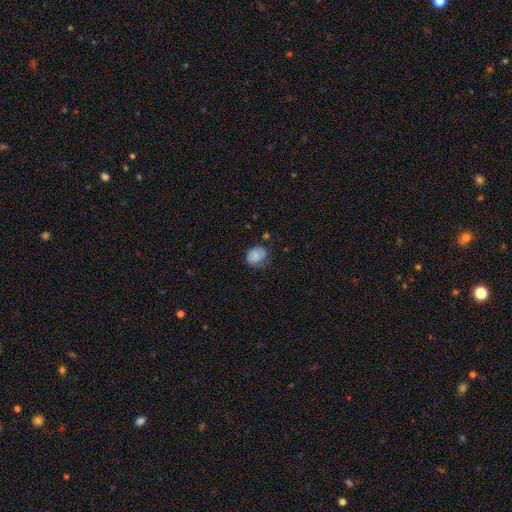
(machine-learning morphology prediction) Smooth or featured: smooth — 75% (featured or disk — 16%)
How rounded: round — 51% (in between — 48%)
Merging: none — 55% (minor disturbance — 32%)